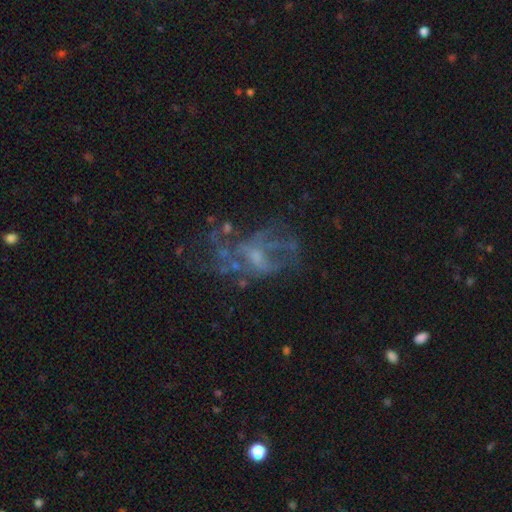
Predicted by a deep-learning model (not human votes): Morphology: type=featured or disk (66%); edge-on=no (97%); bar=no (64%); spiral arms=no (53%); bulge=small (49%); merging=none (48%).